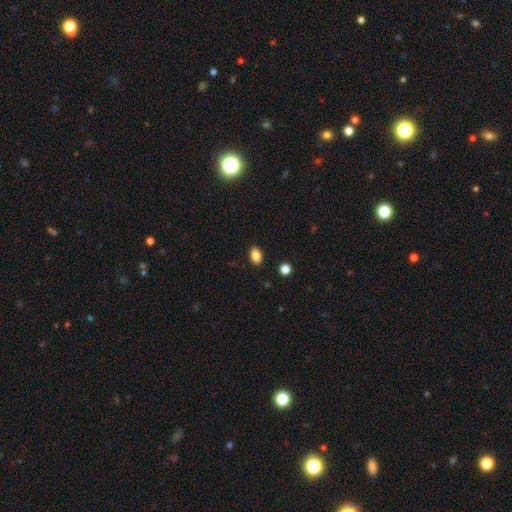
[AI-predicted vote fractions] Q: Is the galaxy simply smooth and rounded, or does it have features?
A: smooth — 85%.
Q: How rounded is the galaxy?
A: in between — 84%.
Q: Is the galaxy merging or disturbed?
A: none — 88%.